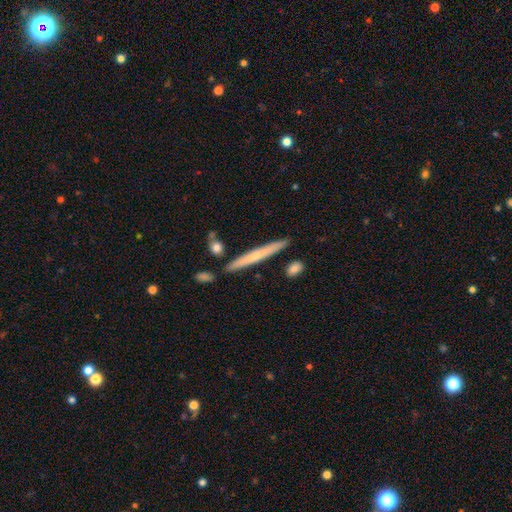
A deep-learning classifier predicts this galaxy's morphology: Overall: smooth (53%; featured or disk 42%). How rounded: cigar-shaped (96%). Merging: none (87%).